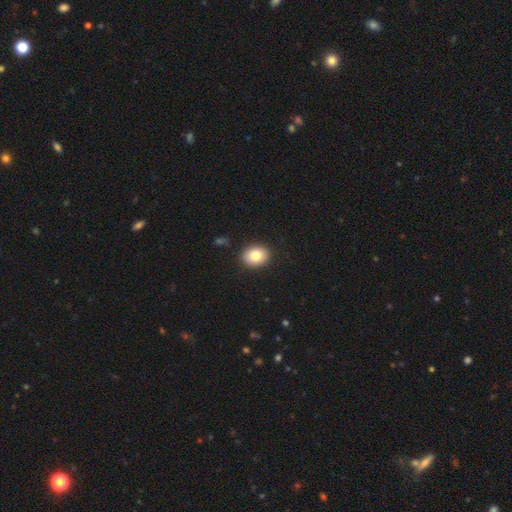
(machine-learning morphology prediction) Smooth or featured? Predicted: smooth (p=0.80). How rounded? Predicted: round (p=0.53). Merging? Predicted: none (p=0.90).